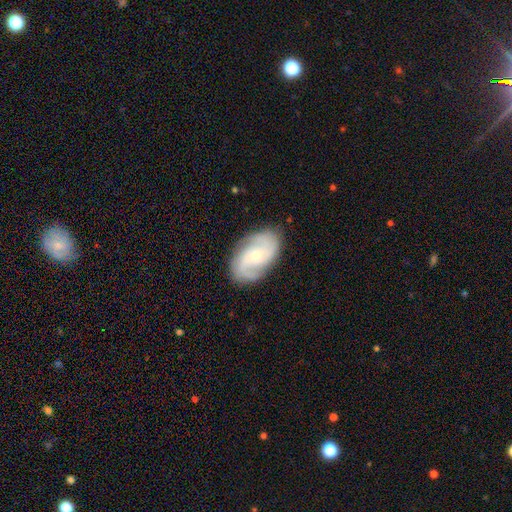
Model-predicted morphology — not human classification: Smooth or featured: featured or disk — 81% (smooth — 13%)
Edge-on disk: no — 96% (yes — 4%)
Bar: no — 60% (weak — 33%)
Spiral arms: yes — 96% (no — 4%)
Spiral winding: medium — 45% (tight — 40%)
Spiral arm count: 2 — 56% (3 — 20%)
Bulge size: small — 68% (moderate — 28%)
Merging: none — 82% (minor disturbance — 13%)